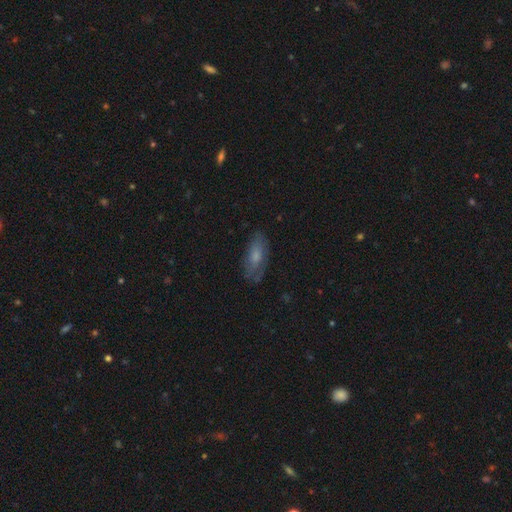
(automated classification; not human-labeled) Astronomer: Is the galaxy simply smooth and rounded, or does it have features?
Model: smooth — 61%.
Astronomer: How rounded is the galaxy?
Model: in between — 76%.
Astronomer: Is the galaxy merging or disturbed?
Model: none — 71%.